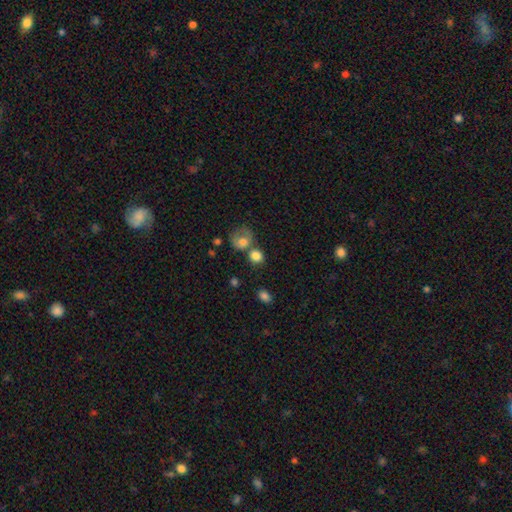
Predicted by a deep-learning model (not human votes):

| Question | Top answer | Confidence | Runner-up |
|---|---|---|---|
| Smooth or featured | smooth | 81% | star or artifact (10%) |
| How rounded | round | 71% | in between (27%) |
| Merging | none | 48% | merger (33%) |